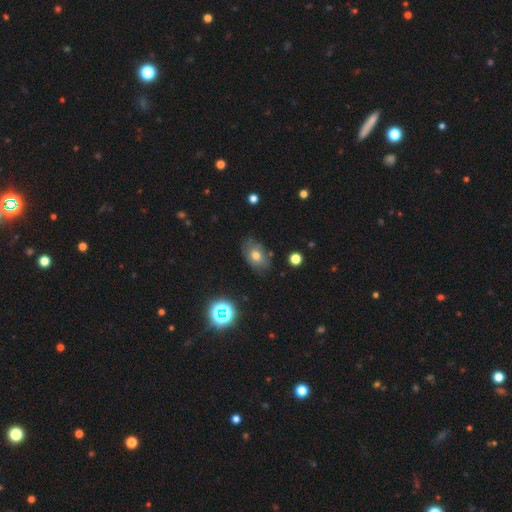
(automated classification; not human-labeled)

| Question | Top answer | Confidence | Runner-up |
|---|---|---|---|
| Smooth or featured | smooth | 69% | featured or disk (17%) |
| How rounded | in between | 80% | round (19%) |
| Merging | none | 75% | minor disturbance (18%) |